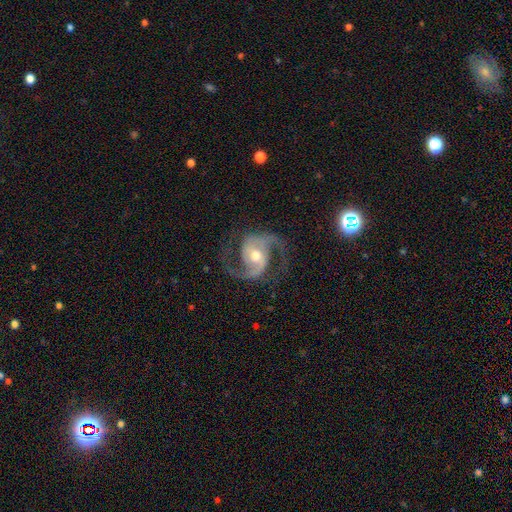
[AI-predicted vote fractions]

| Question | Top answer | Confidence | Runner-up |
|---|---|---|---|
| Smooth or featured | featured or disk | 93% | star or artifact (4%) |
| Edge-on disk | no | 98% | yes (2%) |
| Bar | no | 43% | weak (40%) |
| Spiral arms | yes | 98% | no (2%) |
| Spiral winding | medium | 62% | loose (25%) |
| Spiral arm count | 2 | 94% | 3 (1%) |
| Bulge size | moderate | 69% | small (22%) |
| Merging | none | 78% | minor disturbance (13%) |